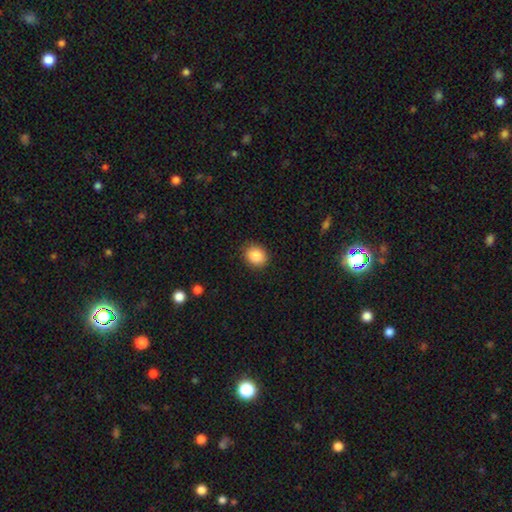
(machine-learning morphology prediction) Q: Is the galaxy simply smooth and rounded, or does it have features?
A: smooth — 88%.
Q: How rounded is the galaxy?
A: round — 66%.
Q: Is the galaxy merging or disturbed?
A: none — 88%.